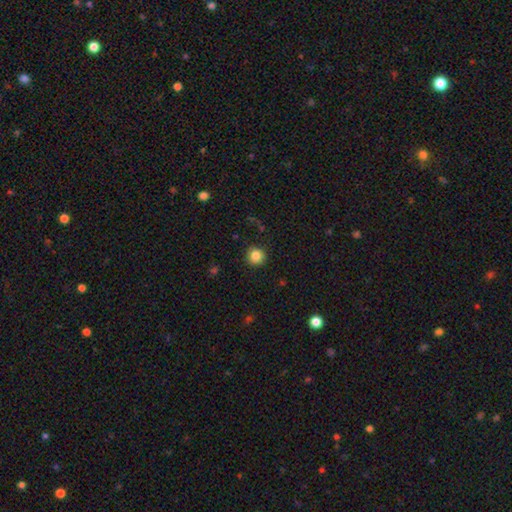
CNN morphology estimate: smooth-or-featured: smooth: 85% | star or artifact: 11% | featured or disk: 5%
  how-rounded: round: 94% | in between: 5% | cigar-shaped: 1%
  merging: none: 90% | minor disturbance: 7% | major disturbance: 2% | merger: 1%